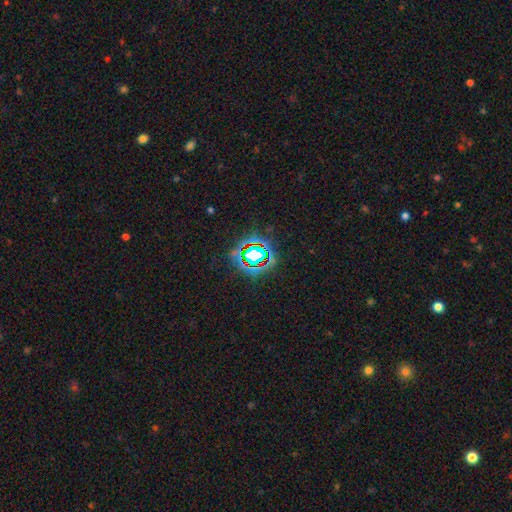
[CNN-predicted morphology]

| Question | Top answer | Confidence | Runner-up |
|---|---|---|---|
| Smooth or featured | star or artifact | 71% | smooth (16%) |